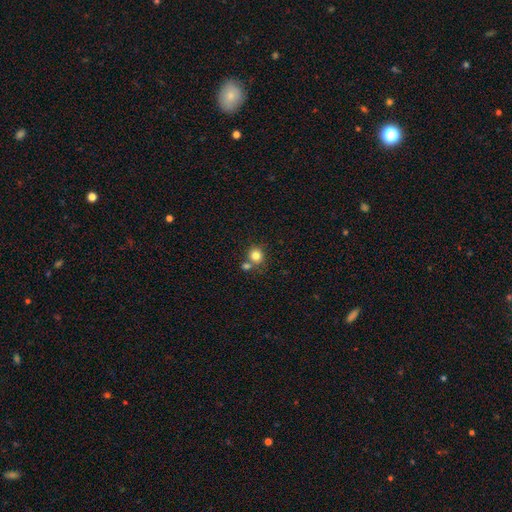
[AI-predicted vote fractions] A smooth galaxy with no disk features (81%) that is round (86%).

Vote fractions:
- Smooth or featured? smooth: 81% / star or artifact: 11% / featured or disk: 8%
- How rounded? round: 86% / in between: 13% / cigar-shaped: 1%
- Merging? none: 60% / merger: 27% / minor disturbance: 10% / major disturbance: 3%